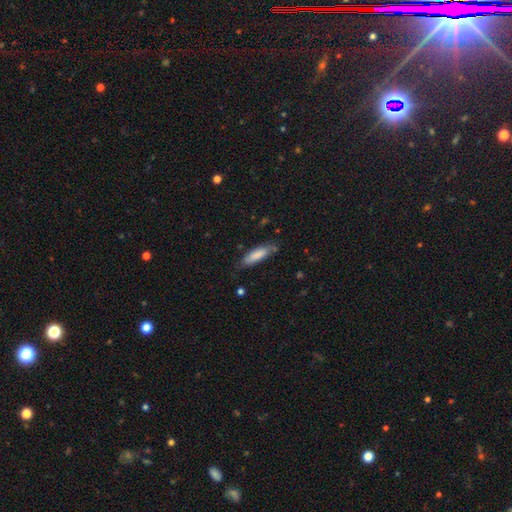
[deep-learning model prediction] A smooth galaxy with no disk features (82%) that is cigar-shaped (57%).

Vote fractions:
- Smooth or featured? smooth: 82% / featured or disk: 13% / star or artifact: 6%
- How rounded? cigar-shaped: 57% / in between: 42% / round: 1%
- Merging? none: 73% / minor disturbance: 21% / major disturbance: 4% / merger: 2%